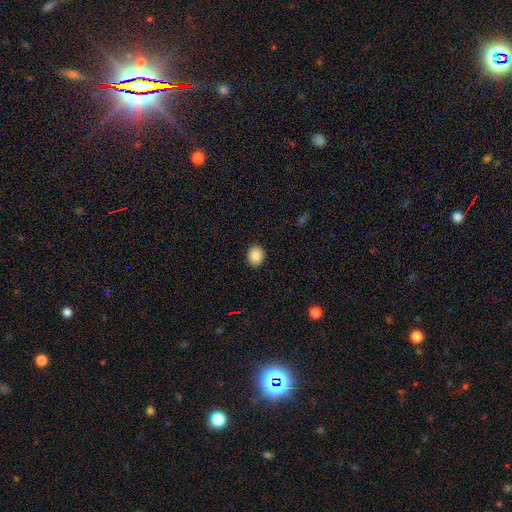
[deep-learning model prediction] This appears to be a smooth galaxy with no disk features (88%) that is round (65%). Merging: none (91%).